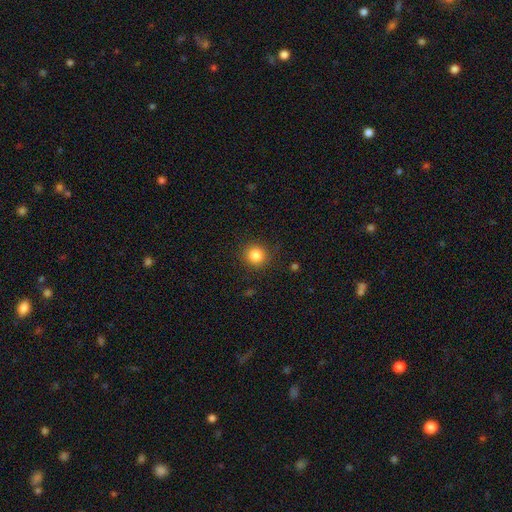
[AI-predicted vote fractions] A smooth galaxy with no disk features (84%) that is round (92%). Merging: none (89%).